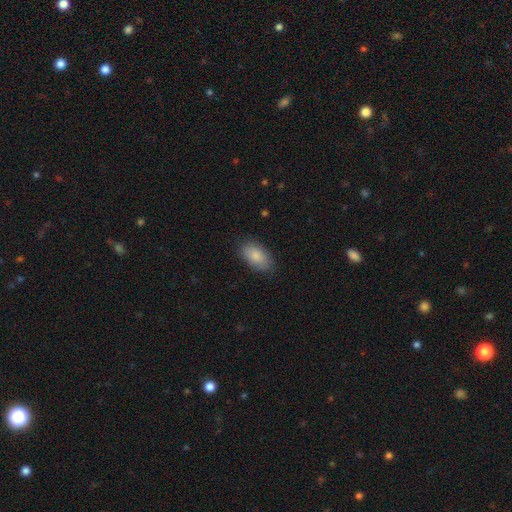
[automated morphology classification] Q: Smooth or featured?
A: smooth (86%); runner-up: featured or disk (8%)
Q: How rounded?
A: in between (93%); runner-up: round (4%)
Q: Merging?
A: none (83%); runner-up: minor disturbance (13%)